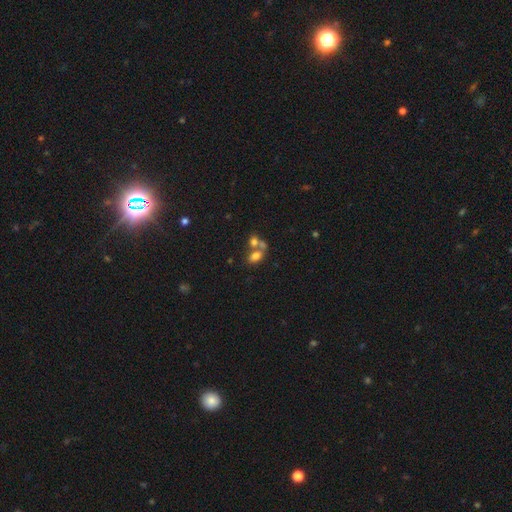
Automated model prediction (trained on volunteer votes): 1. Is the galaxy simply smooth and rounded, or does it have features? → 73% smooth, 15% featured or disk, 12% star or artifact.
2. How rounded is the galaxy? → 78% in between, 20% round, 2% cigar-shaped.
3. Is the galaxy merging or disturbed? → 53% merger, 33% none, 9% minor disturbance, 5% major disturbance.